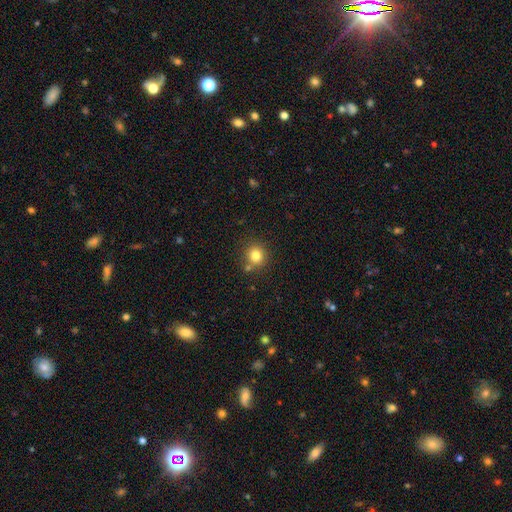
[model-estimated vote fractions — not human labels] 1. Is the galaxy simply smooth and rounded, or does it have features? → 81% smooth, 13% star or artifact, 7% featured or disk.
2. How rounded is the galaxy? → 88% round, 12% in between, 1% cigar-shaped.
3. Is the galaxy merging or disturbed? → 77% none, 10% merger, 10% minor disturbance, 3% major disturbance.